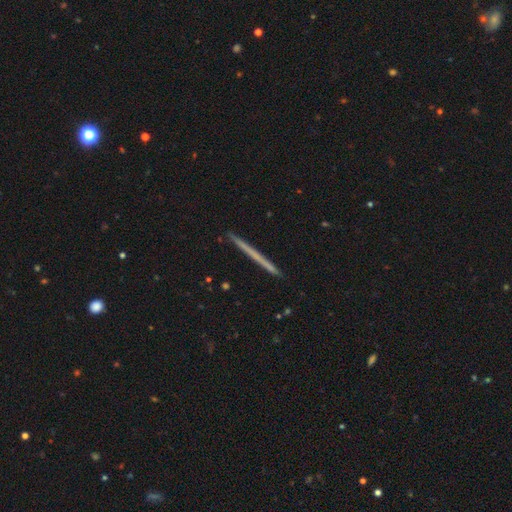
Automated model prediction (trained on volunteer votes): smooth-or-featured: featured or disk: 49% | smooth: 45% | star or artifact: 6%
  merging: none: 92% | minor disturbance: 6% | major disturbance: 1% | merger: 1%